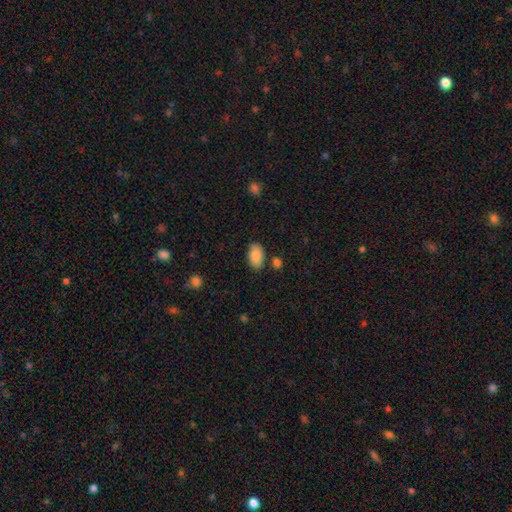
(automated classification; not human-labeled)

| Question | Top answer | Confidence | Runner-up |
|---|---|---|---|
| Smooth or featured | smooth | 87% | star or artifact (7%) |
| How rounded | in between | 93% | round (6%) |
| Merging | none | 79% | minor disturbance (13%) |